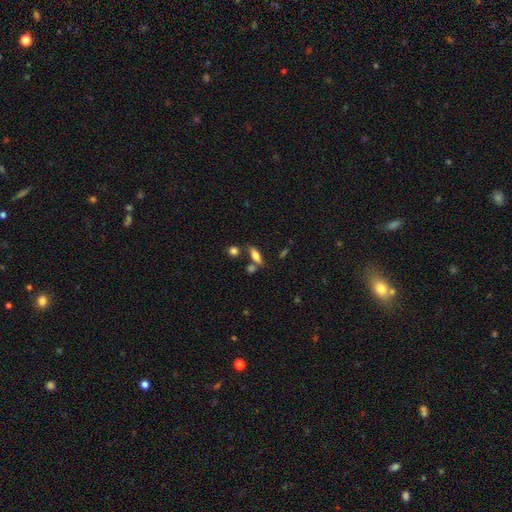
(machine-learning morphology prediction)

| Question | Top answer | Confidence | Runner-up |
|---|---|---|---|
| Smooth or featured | smooth | 64% | featured or disk (26%) |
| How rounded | in between | 60% | cigar-shaped (36%) |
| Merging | none | 70% | merger (14%) |